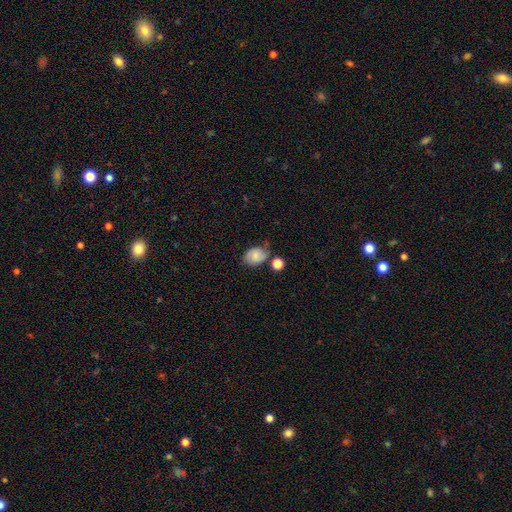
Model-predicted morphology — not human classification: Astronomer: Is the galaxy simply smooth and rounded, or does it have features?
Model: smooth — 64%.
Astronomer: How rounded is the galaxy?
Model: in between — 67%.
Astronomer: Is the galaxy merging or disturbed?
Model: none — 57%.